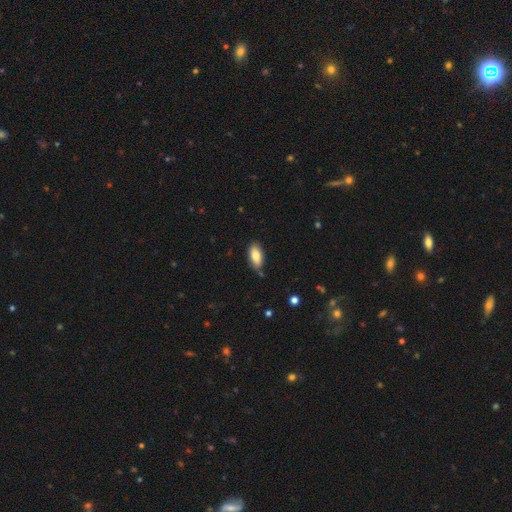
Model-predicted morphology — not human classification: This appears to be a smooth galaxy with no disk features (80%) that is in between round and cigar-shaped (89%). Merging: none (72%).